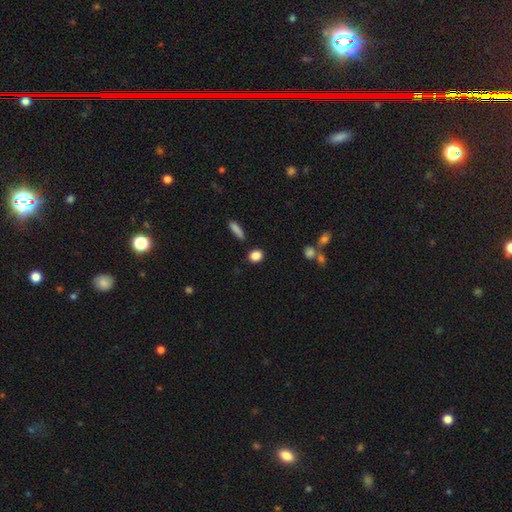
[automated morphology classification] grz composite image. It shows a smooth galaxy with no disk features (86%) that is round (66%). Merging: none (84%).